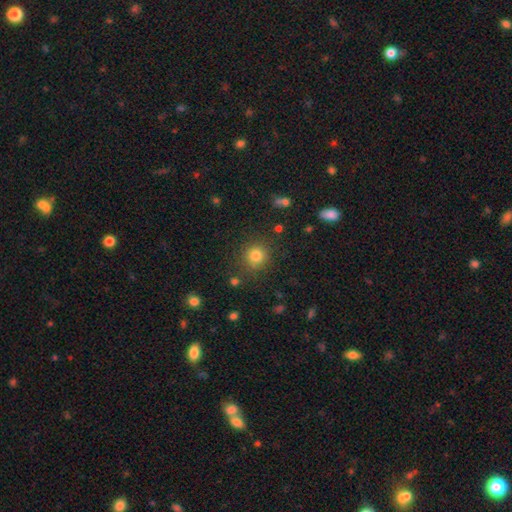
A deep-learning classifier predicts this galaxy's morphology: type=smooth (80%); roundness=round (91%); merging=none (85%).